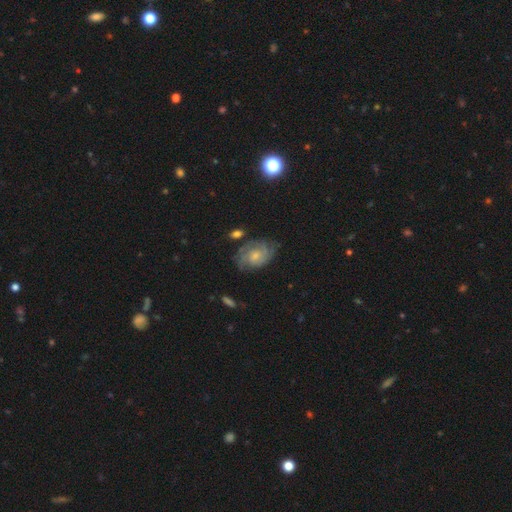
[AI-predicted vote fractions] Smooth or featured? Predicted: featured or disk (p=0.66). Edge-on disk? Predicted: no (p=0.97). Bar? Predicted: no (p=0.66). Spiral arms? Predicted: yes (p=0.86). Spiral winding? Predicted: tight (p=0.55). Spiral arm count? Predicted: can't tell (p=0.42). Bulge size? Predicted: small (p=0.44). Merging? Predicted: none (p=0.63).